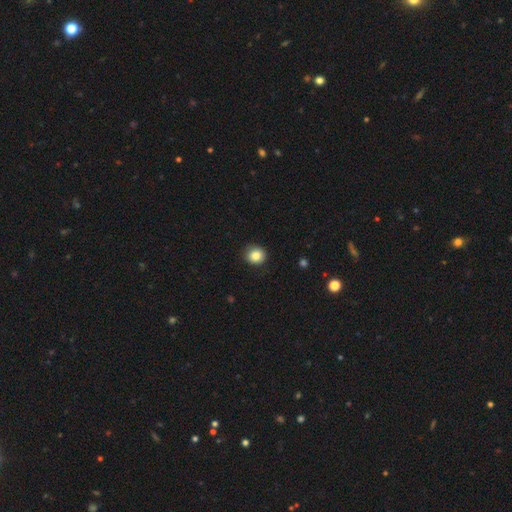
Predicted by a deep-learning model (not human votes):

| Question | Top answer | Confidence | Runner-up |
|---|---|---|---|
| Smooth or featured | smooth | 85% | star or artifact (10%) |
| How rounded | round | 85% | in between (14%) |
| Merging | none | 87% | minor disturbance (10%) |